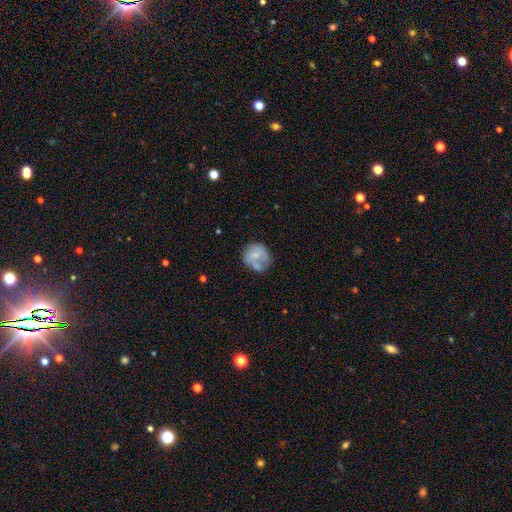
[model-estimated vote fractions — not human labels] Smooth or featured: smooth — 49% (featured or disk — 44%)
Merging: none — 47% (minor disturbance — 24%)